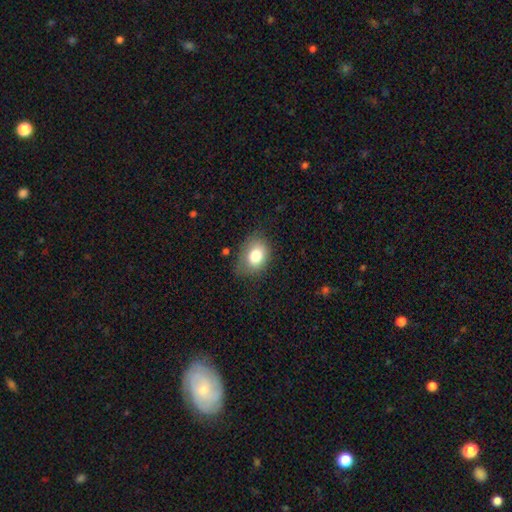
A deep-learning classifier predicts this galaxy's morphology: Smooth or featured? smooth (79%)
How rounded? in between (65%)
Merging? none (63%)